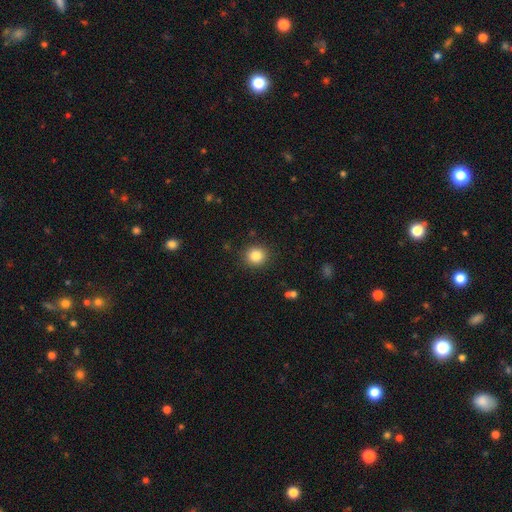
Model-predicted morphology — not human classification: smooth_or_featured: smooth (p=0.84) [alt: star or artifact p=0.11]
how_rounded: round (p=0.88) [alt: in between p=0.11]
merging: none (p=0.90) [alt: minor disturbance p=0.07]